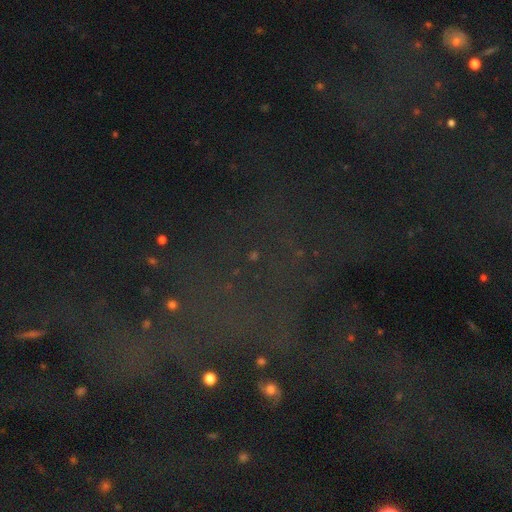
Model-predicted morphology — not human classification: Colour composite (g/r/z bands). It shows a star or artifact, not a galaxy (71%).